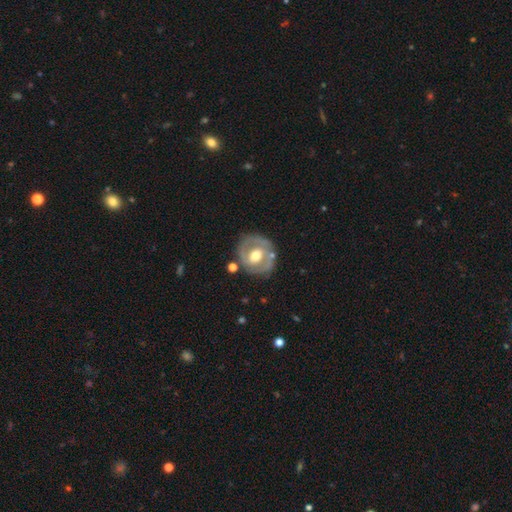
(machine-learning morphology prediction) Smooth or featured: featured or disk — 71% (smooth — 24%)
Edge-on disk: no — 96% (yes — 4%)
Bar: no — 44% (weak — 38%)
Spiral arms: yes — 59% (no — 41%)
Bulge size: moderate — 72% (large — 15%)
Merging: none — 75% (minor disturbance — 15%)